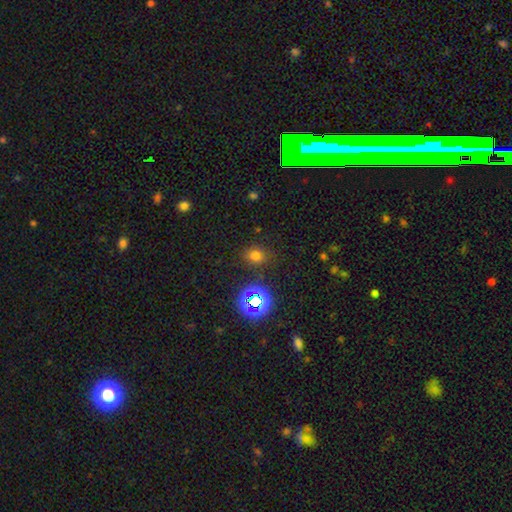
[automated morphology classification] smooth-or-featured: smooth: 68% | star or artifact: 25% | featured or disk: 7%
  how-rounded: round: 55% | in between: 43% | cigar-shaped: 1%
  merging: none: 82% | minor disturbance: 12% | major disturbance: 4% | merger: 3%